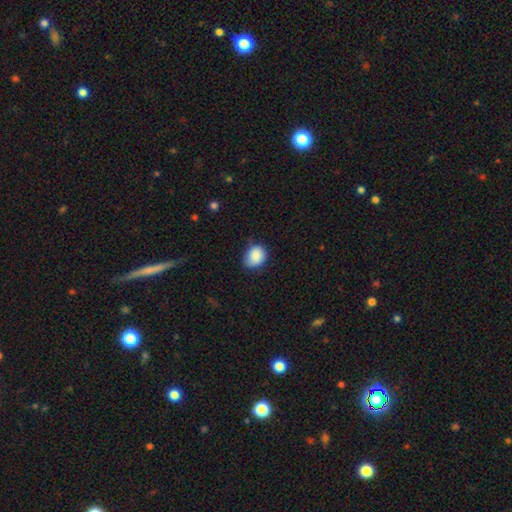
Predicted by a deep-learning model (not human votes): Q: Smooth or featured?
A: smooth (86%); runner-up: star or artifact (7%)
Q: How rounded?
A: round (57%); runner-up: in between (42%)
Q: Merging?
A: none (61%); runner-up: minor disturbance (31%)